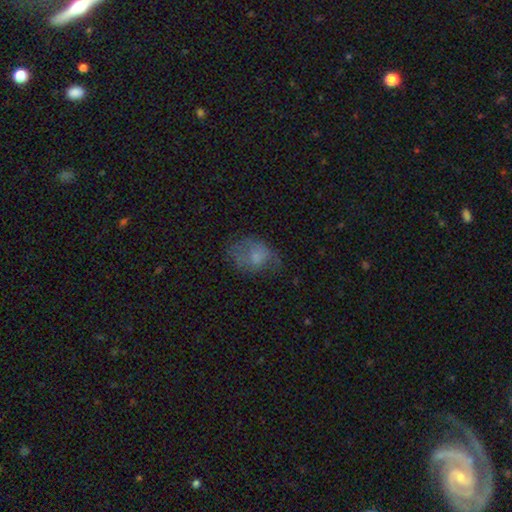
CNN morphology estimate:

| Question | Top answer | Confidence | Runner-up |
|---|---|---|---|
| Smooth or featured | smooth | 61% | featured or disk (27%) |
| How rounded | in between | 65% | round (34%) |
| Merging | none | 43% | minor disturbance (27%) |